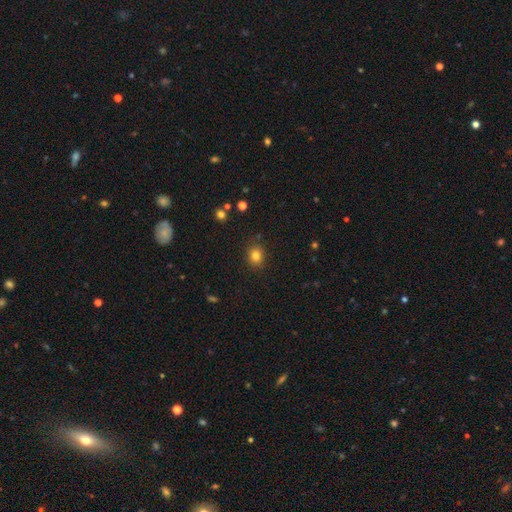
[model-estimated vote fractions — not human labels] Smooth or featured?
  - smooth: 82% *
  - star or artifact: 12%
  - featured or disk: 6%
How rounded?
  - round: 58% *
  - in between: 41%
  - cigar-shaped: 1%
Merging?
  - none: 85% *
  - minor disturbance: 11%
  - major disturbance: 3%
  - merger: 2%